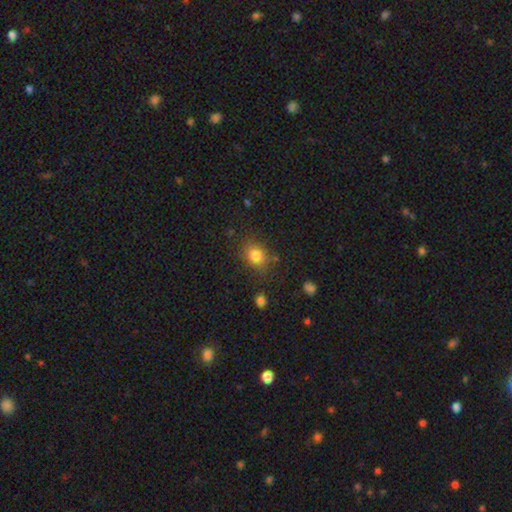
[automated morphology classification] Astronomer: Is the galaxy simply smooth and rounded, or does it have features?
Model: smooth — 82%.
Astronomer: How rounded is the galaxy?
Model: in between — 57% (runner-up: round, 42%).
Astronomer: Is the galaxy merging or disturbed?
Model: none — 76%.